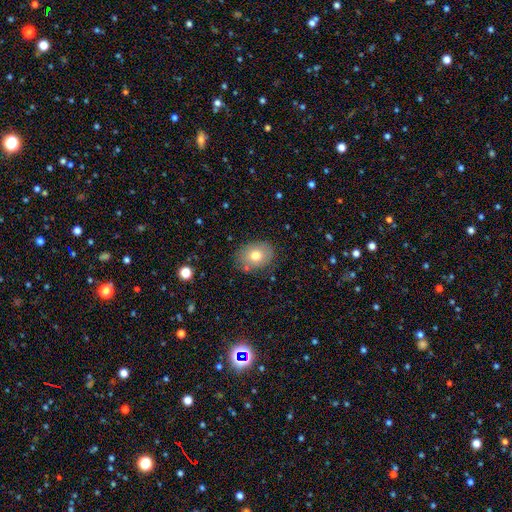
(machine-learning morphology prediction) smooth 73%, featured or disk 17%, star or artifact 9%. Down the decision tree: how rounded — in between (65%); merging — none (80%).